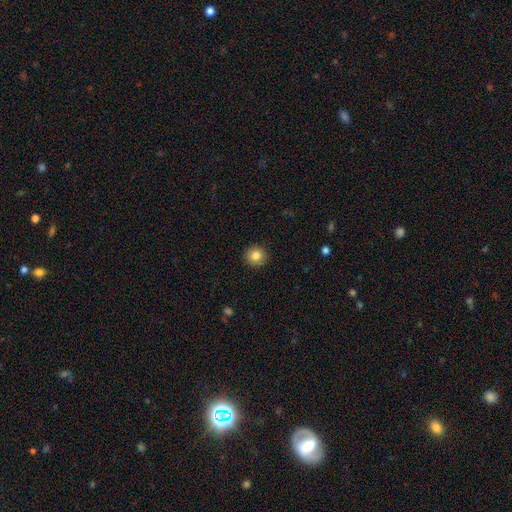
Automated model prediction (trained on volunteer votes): Overall: smooth (83%). How rounded: round (94%). Merging: none (93%).